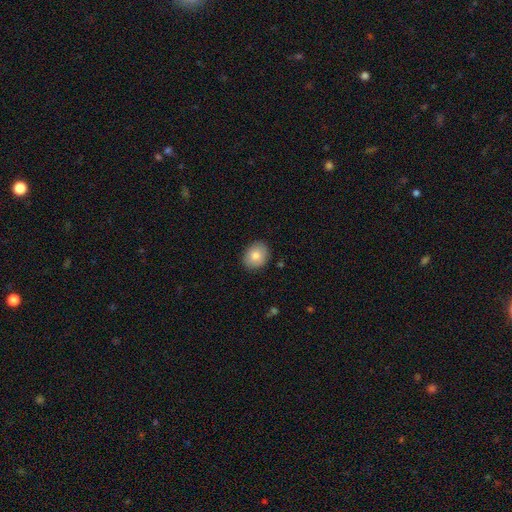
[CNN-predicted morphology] Q: Smooth or featured?
A: smooth (82%); runner-up: featured or disk (11%)
Q: How rounded?
A: round (53%); runner-up: in between (47%)
Q: Merging?
A: none (86%); runner-up: minor disturbance (11%)